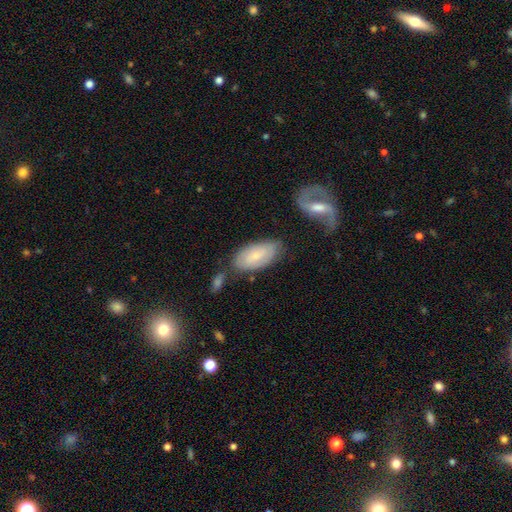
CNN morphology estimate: A smooth galaxy with no disk features (54%) that is in between round and cigar-shaped (92%).

Vote fractions:
- Smooth or featured? smooth: 54% / featured or disk: 39% / star or artifact: 7%
- How rounded? in between: 92% / cigar-shaped: 5% / round: 3%
- Merging? none: 63% / minor disturbance: 20% / merger: 11% / major disturbance: 6%